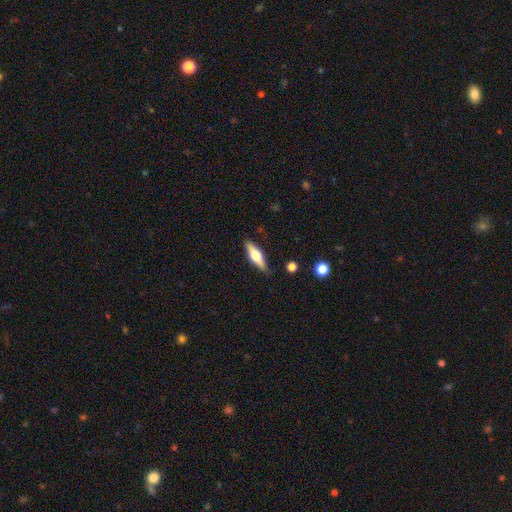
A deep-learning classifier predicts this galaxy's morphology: This appears to be a featured or disk galaxy (49%). Merging: none (86%).